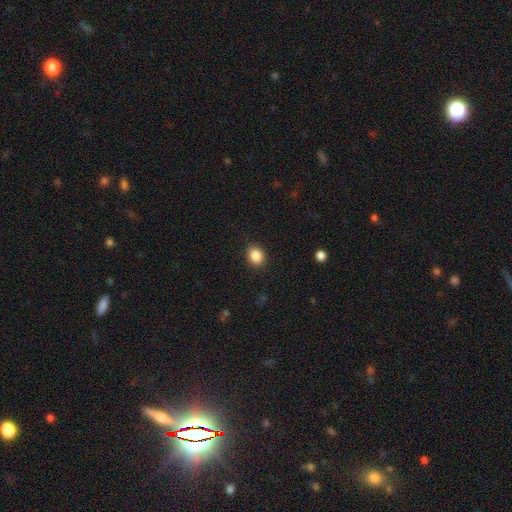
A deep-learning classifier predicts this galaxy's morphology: smooth-or-featured: smooth: 86% | star or artifact: 9% | featured or disk: 4%
  how-rounded: round: 55% | in between: 44% | cigar-shaped: 1%
  merging: none: 89% | minor disturbance: 8% | major disturbance: 2% | merger: 1%